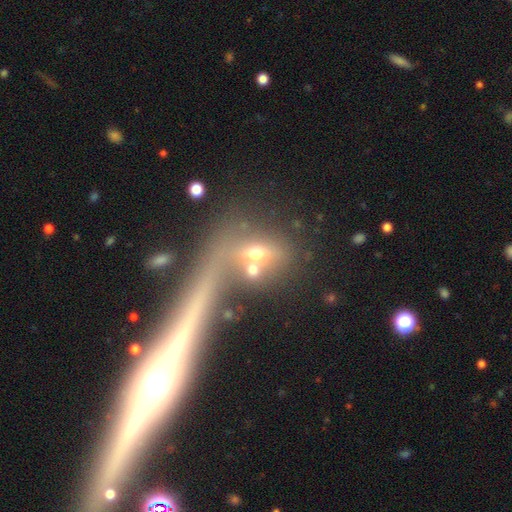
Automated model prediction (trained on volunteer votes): Q: Smooth or featured?
A: smooth (50%); runner-up: featured or disk (30%)
Q: How rounded?
A: in between (49%); runner-up: round (43%)
Q: Merging?
A: merger (60%); runner-up: none (20%)